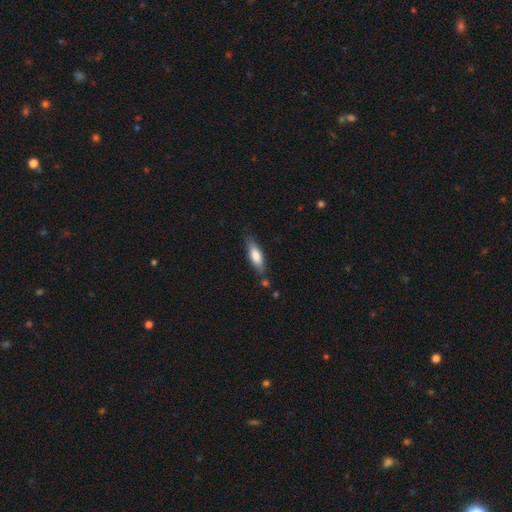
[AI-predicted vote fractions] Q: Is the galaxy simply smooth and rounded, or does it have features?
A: smooth — 71%.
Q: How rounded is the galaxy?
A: cigar-shaped — 49%, tied with in between.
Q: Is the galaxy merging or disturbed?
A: none — 74%.